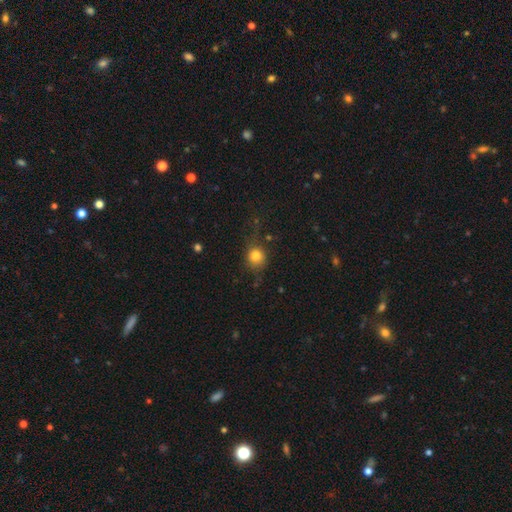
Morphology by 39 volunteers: type=smooth (87%); roundness=round (79%); merging=none (62%).